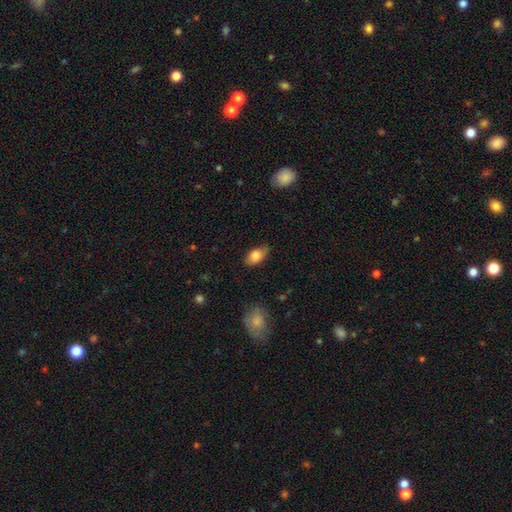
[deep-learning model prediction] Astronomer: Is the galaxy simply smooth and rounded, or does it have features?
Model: smooth — 82%.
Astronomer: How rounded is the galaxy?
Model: in between — 90%.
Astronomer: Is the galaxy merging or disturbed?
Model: none — 72%.